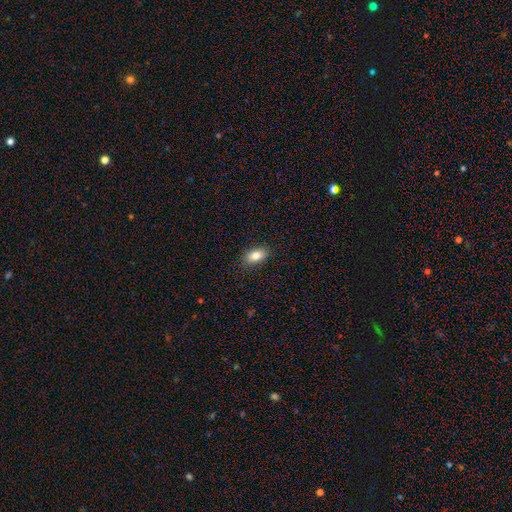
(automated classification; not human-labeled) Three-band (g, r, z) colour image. It shows a smooth galaxy with no disk features (83%) that is in between round and cigar-shaped (90%). Merging: none (87%).